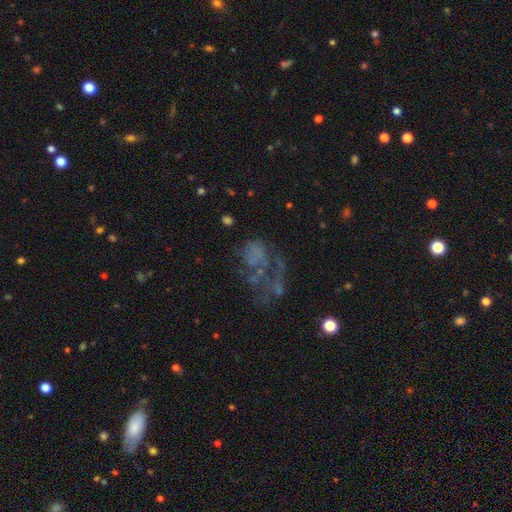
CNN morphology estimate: Smooth or featured?
  - featured or disk: 56% *
  - smooth: 28%
  - star or artifact: 16%
Edge-on disk?
  - no: 98% *
  - yes: 2%
Bar?
  - no: 90% *
  - weak: 7%
  - strong: 2%
Spiral arms?
  - no: 72% *
  - yes: 28%
Bulge size?
  - none: 79% *
  - small: 9%
  - moderate: 7%
  - large: 3%
  - dominant: 2%
Merging?
  - major disturbance: 53% *
  - none: 22%
  - merger: 14%
  - minor disturbance: 12%